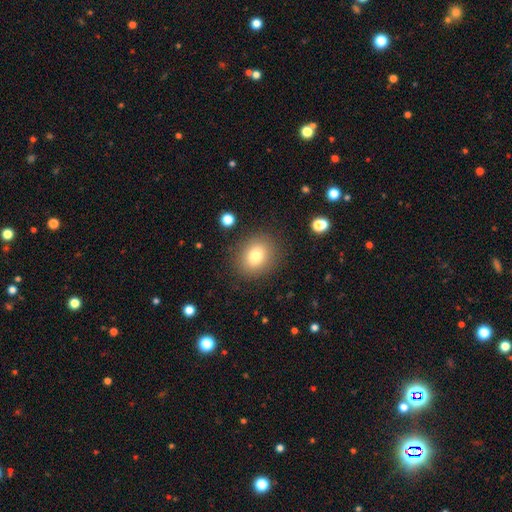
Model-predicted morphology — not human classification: Smooth or featured? Predicted: smooth (p=0.78). How rounded? Predicted: round (p=0.59). Merging? Predicted: none (p=0.85).